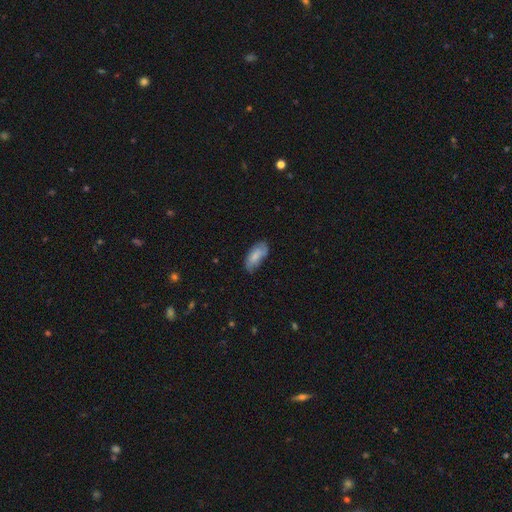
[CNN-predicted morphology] Overall: smooth (74%). How rounded: in between (88%). Merging: none (60%; minor disturbance 30%).